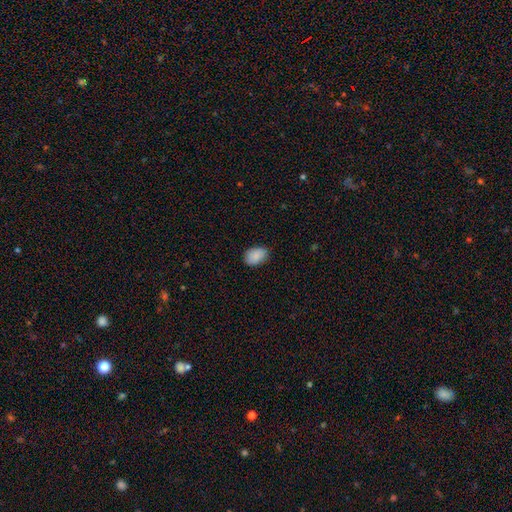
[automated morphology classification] Smooth or featured: smooth — 88% (star or artifact — 7%)
How rounded: in between — 82% (round — 17%)
Merging: none — 83% (minor disturbance — 14%)